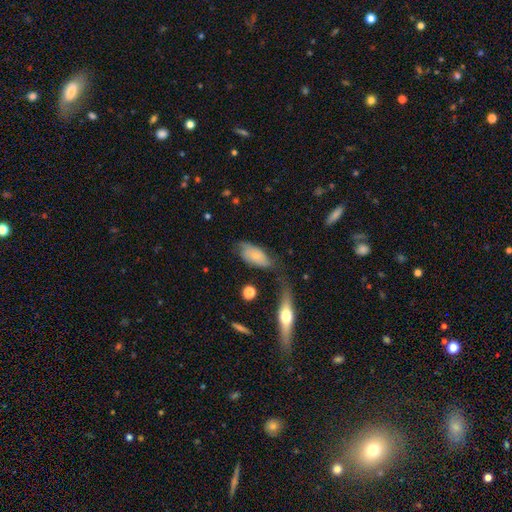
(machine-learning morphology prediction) smooth-or-featured: smooth: 65% | featured or disk: 28% | star or artifact: 7%
  how-rounded: in between: 88% | cigar-shaped: 9% | round: 3%
  merging: none: 50% | minor disturbance: 31% | major disturbance: 12% | merger: 7%